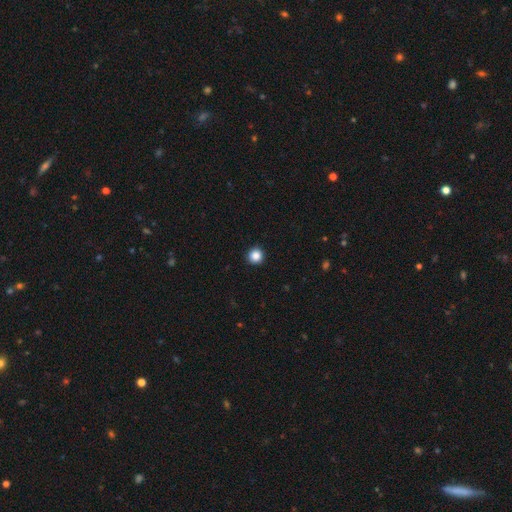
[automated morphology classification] The model was most divided on "smooth or featured": smooth: 86%, star or artifact: 11%, featured or disk: 3%. More confident: how rounded — round (95%); merging — none (93%).